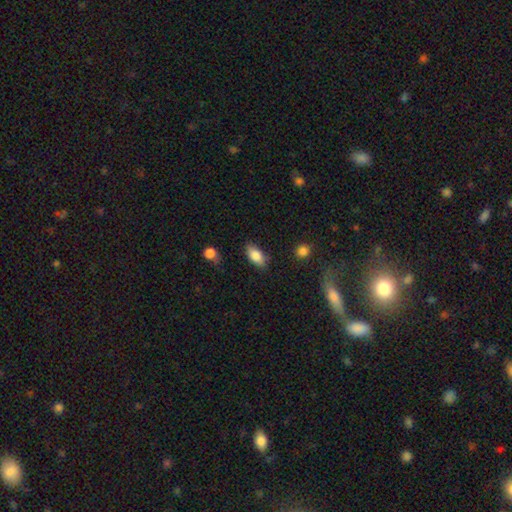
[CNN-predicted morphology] Overall: smooth (84%). How rounded: in between (89%). Merging: none (79%).